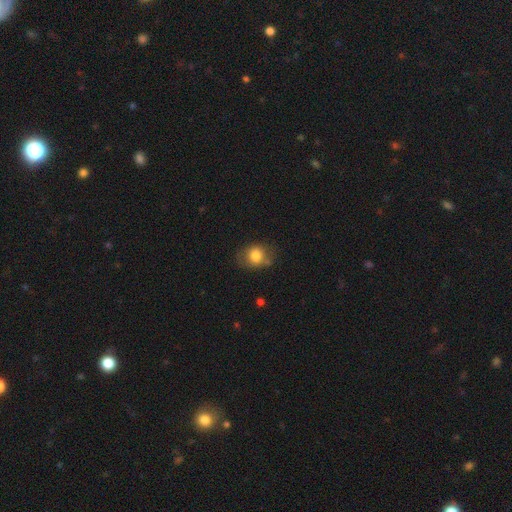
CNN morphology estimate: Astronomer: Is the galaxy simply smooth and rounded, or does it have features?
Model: smooth — 79%.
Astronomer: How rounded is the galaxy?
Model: round — 54% (runner-up: in between, 45%).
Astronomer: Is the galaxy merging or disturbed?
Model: none — 64%.